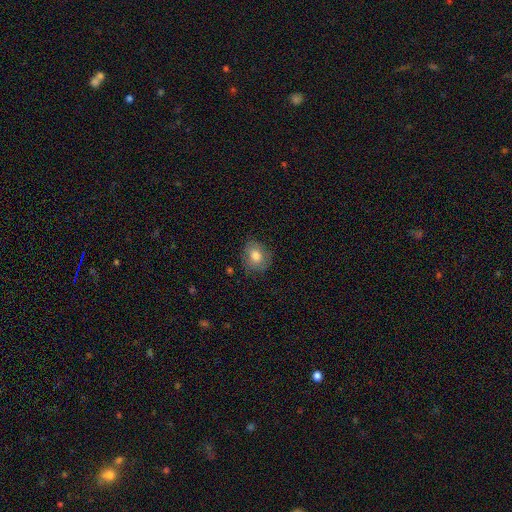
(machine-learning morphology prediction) Smooth or featured?
  - smooth: 78% *
  - featured or disk: 14%
  - star or artifact: 8%
How rounded?
  - round: 63% *
  - in between: 36%
  - cigar-shaped: 1%
Merging?
  - none: 77% *
  - minor disturbance: 17%
  - major disturbance: 5%
  - merger: 1%